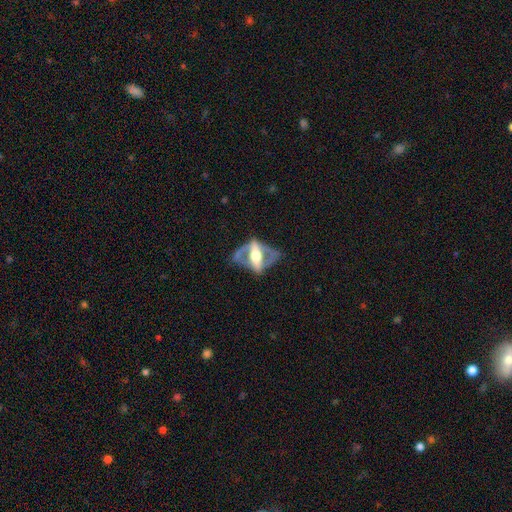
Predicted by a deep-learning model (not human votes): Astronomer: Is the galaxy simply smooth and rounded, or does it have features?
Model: featured or disk — 82%.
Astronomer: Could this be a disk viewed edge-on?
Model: no — 59% (runner-up: yes, 41%).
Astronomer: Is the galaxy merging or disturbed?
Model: none — 56%.